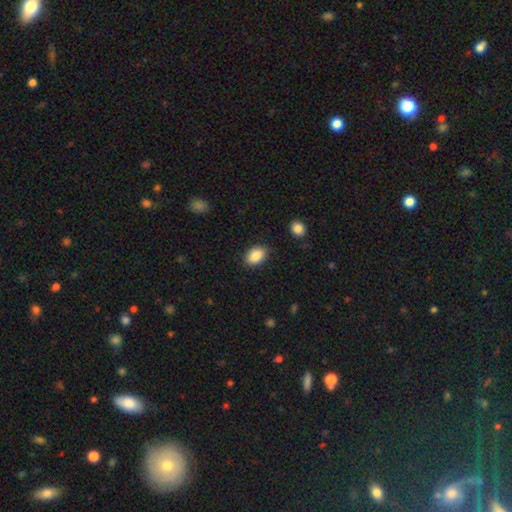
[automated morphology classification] The model was most divided on "how rounded": in between: 85%, round: 14%, cigar-shaped: 1%. More confident: smooth or featured — smooth (88%); merging — none (86%).